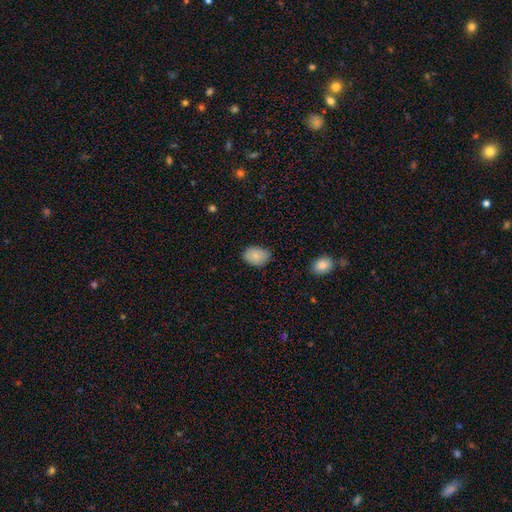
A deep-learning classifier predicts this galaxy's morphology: Q: Smooth or featured?
A: smooth (85%); runner-up: featured or disk (8%)
Q: How rounded?
A: in between (77%); runner-up: round (22%)
Q: Merging?
A: none (82%); runner-up: minor disturbance (14%)